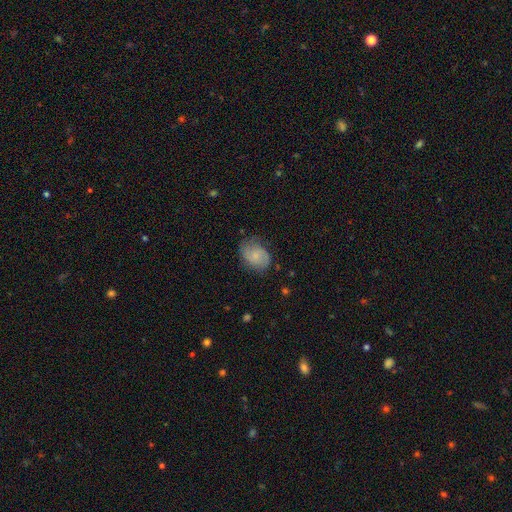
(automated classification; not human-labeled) This is possibly a smooth galaxy (48%). Merging: likely none (63%).